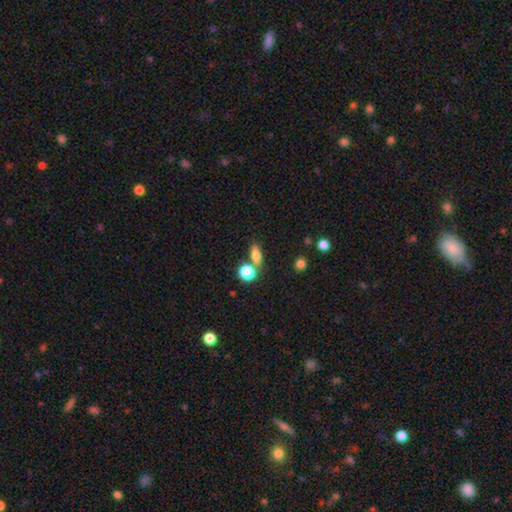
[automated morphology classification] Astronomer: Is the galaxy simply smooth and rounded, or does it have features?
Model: smooth — 71%.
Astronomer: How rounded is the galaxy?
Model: in between — 57%.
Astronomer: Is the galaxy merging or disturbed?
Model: none — 65%.